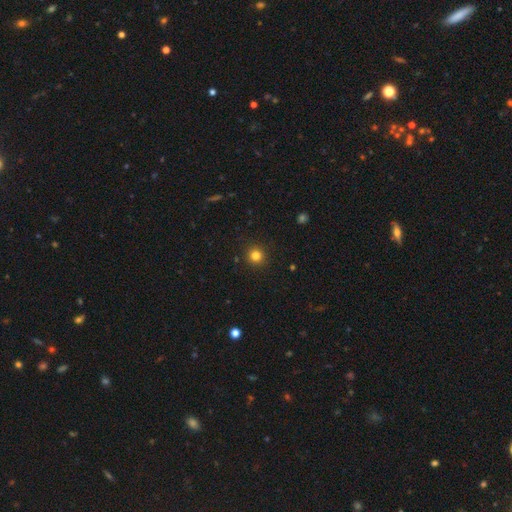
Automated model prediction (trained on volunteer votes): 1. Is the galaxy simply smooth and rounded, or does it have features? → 81% smooth, 14% star or artifact, 5% featured or disk.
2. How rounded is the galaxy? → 95% round, 4% in between, 1% cigar-shaped.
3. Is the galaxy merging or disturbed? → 92% none, 5% minor disturbance, 2% major disturbance, 1% merger.